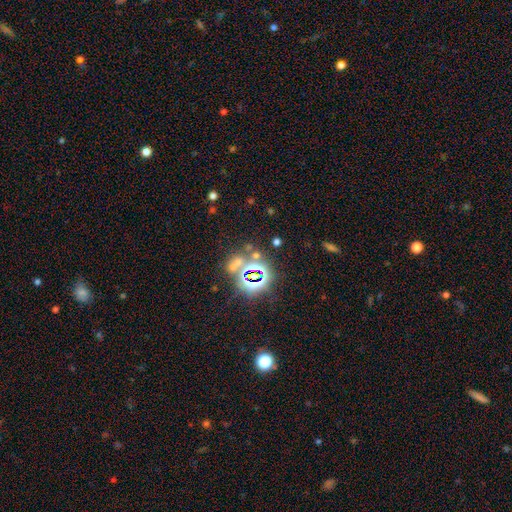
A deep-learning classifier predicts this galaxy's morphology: star or artifact 62%, smooth 28%, featured or disk 10%.